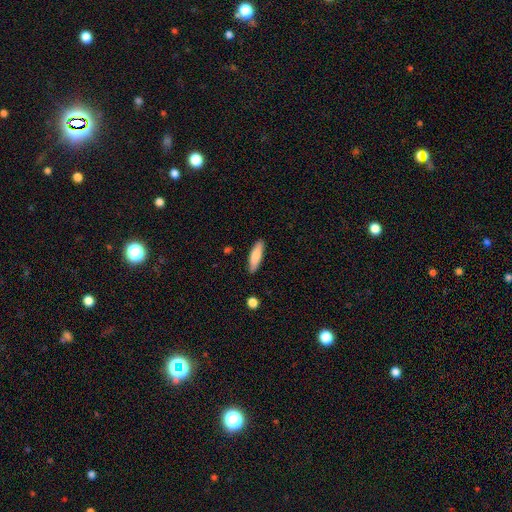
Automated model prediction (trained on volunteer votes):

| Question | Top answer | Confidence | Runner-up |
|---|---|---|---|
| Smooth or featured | smooth | 79% | featured or disk (15%) |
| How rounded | cigar-shaped | 63% | in between (35%) |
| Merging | none | 87% | minor disturbance (9%) |